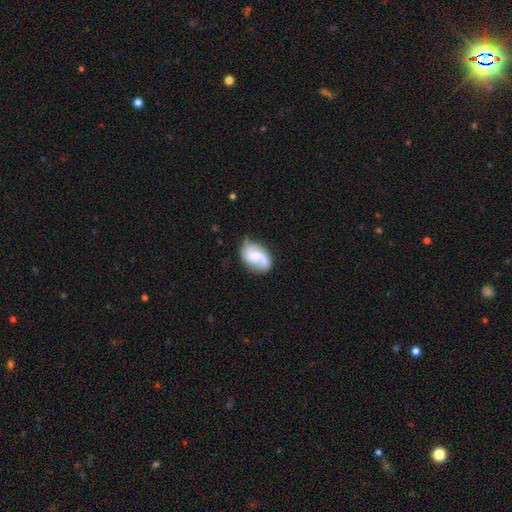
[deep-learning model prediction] Overall: featured or disk (61%; smooth 32%). Edge-on disk: no (97%). Bar: no (59%; weak 35%). Spiral arms: yes (90%). Spiral arm count: 2 (79%). Spiral winding: medium (42%; loose 36%). Bulge size: small (47%; moderate 36%). Merging: none (66%).